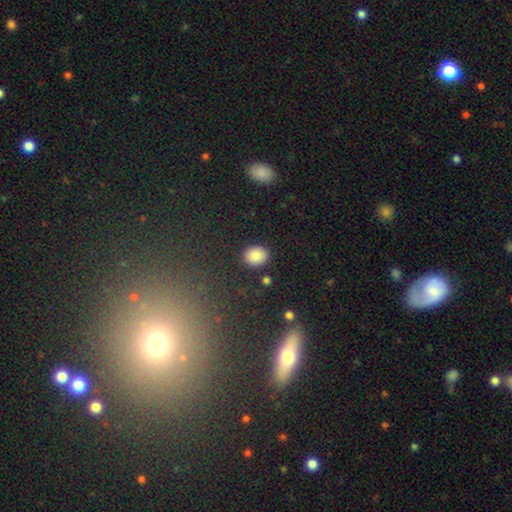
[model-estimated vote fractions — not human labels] smooth 86%, star or artifact 9%, featured or disk 5%. Down the decision tree: how rounded — round (56%); merging — none (88%).